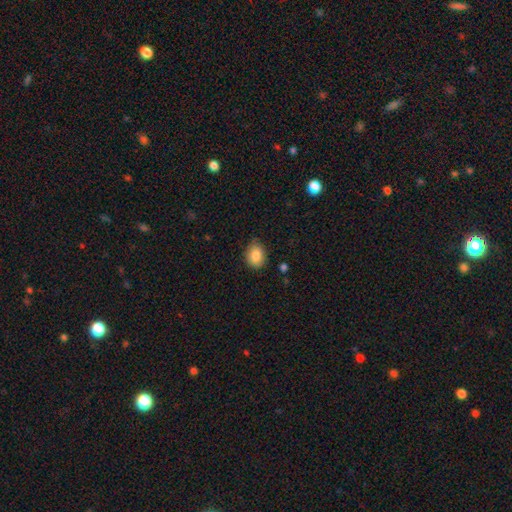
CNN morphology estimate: Smooth or featured? smooth (85%)
How rounded? in between (59%)
Merging? none (79%)